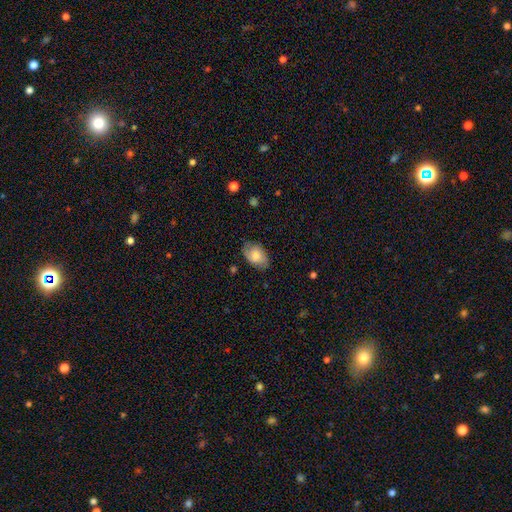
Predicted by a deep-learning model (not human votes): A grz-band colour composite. It shows a smooth galaxy with no disk features (68%) that is in between round and cigar-shaped (89%). Merging: none (75%).